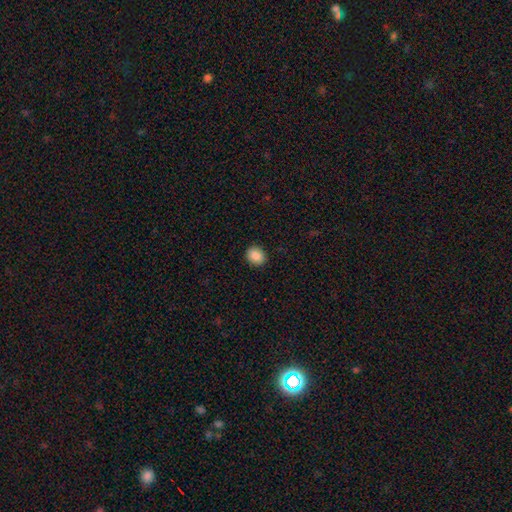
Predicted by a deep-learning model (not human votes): smooth-or-featured: smooth: 89% | star or artifact: 8% | featured or disk: 3%
  how-rounded: round: 63% | in between: 36% | cigar-shaped: 1%
  merging: none: 90% | minor disturbance: 7% | major disturbance: 2% | merger: 1%